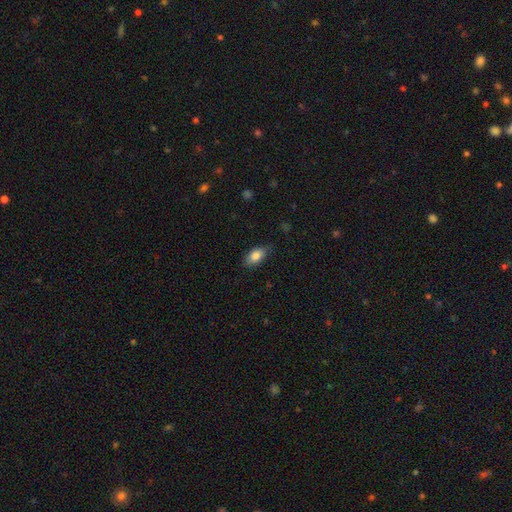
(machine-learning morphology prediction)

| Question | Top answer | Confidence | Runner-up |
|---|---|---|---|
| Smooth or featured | smooth | 83% | featured or disk (9%) |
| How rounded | in between | 90% | round (6%) |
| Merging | none | 77% | minor disturbance (18%) |